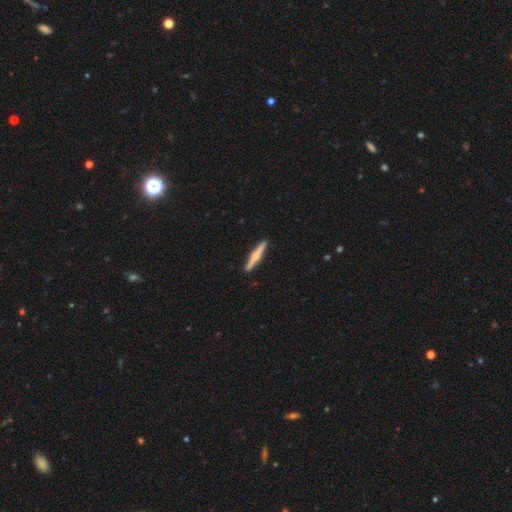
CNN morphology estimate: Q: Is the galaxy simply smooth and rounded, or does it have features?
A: featured or disk — 58%.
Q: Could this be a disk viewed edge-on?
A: yes — 98%.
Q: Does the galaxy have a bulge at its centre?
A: rounded — 83%.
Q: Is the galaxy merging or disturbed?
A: none — 92%.